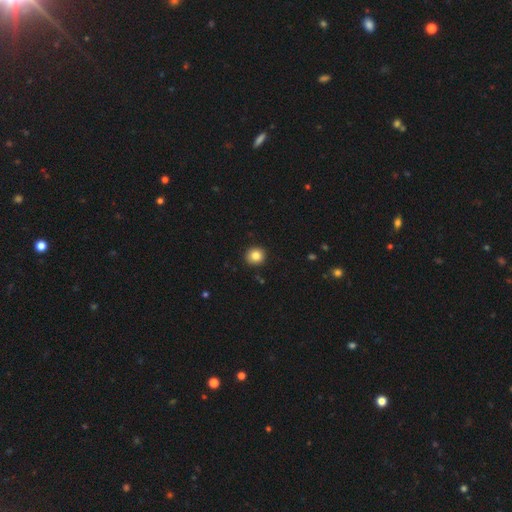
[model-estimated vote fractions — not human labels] The model was most divided on "smooth or featured": smooth: 85%, star or artifact: 10%, featured or disk: 5%. More confident: merging — none (92%); how rounded — round (90%).